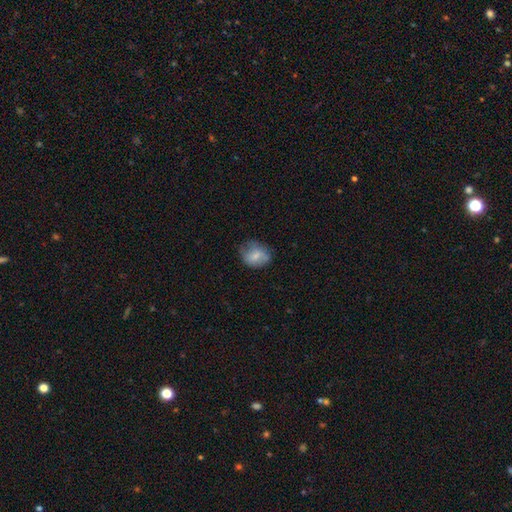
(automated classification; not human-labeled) smooth-or-featured: smooth: 71% | featured or disk: 21% | star or artifact: 8%
  how-rounded: round: 54% | in between: 45% | cigar-shaped: 1%
  merging: none: 61% | minor disturbance: 28% | major disturbance: 9% | merger: 1%